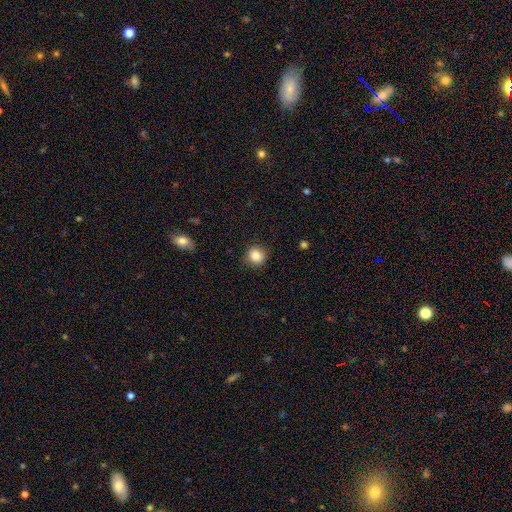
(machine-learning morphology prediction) Smooth or featured: smooth — 86% (star or artifact — 10%)
How rounded: round — 88% (in between — 11%)
Merging: none — 87% (minor disturbance — 9%)